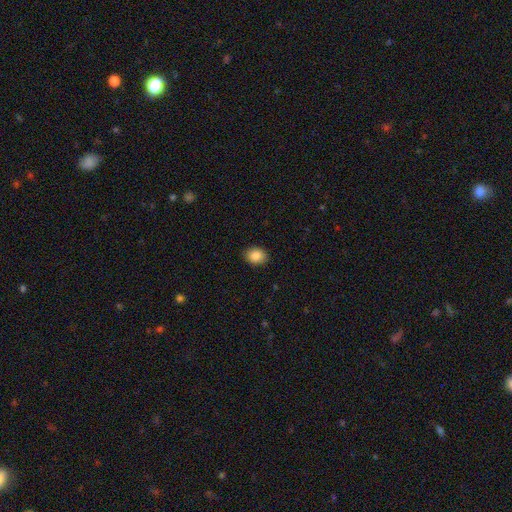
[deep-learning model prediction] The model was most divided on "how rounded": in between: 56%, round: 43%, cigar-shaped: 1%. More confident: merging — none (89%); smooth or featured — smooth (87%).